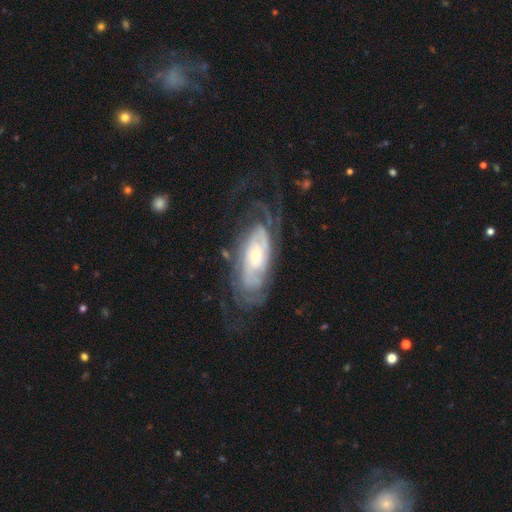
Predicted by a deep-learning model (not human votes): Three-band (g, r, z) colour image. It shows a featured or disk galaxy (84%) with no bar (69%), tight (64%) spiral arms (92%) and a small central bulge (47%, tied with moderate). Merging: none (61%).